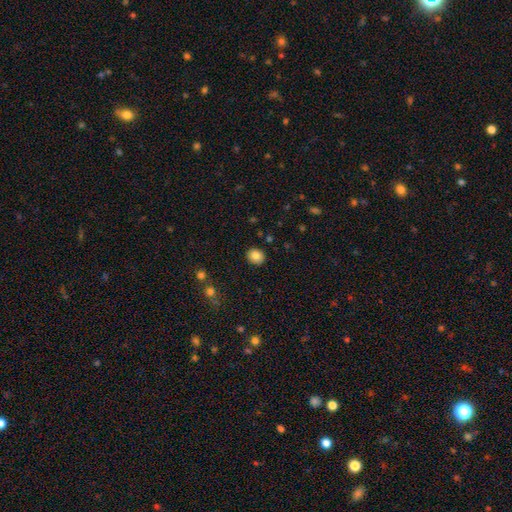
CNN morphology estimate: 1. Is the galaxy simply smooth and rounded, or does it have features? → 84% smooth, 9% star or artifact, 7% featured or disk.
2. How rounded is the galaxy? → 67% round, 32% in between, 1% cigar-shaped.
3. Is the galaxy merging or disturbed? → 90% none, 7% minor disturbance, 2% major disturbance, 1% merger.